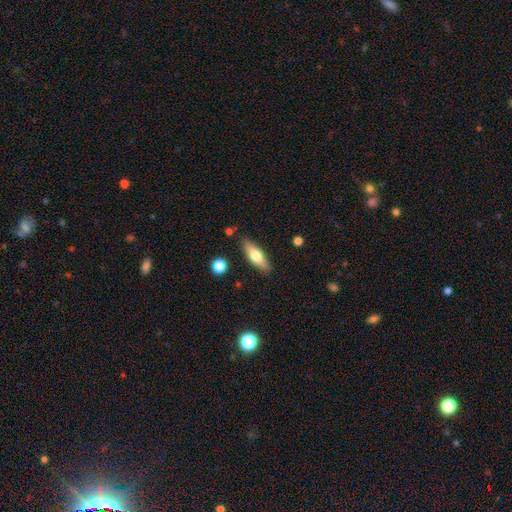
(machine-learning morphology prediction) smooth_or_featured: smooth (p=0.67) [alt: featured or disk p=0.27]
how_rounded: in between (p=0.56) [alt: cigar-shaped p=0.42]
merging: none (p=0.85) [alt: minor disturbance p=0.11]